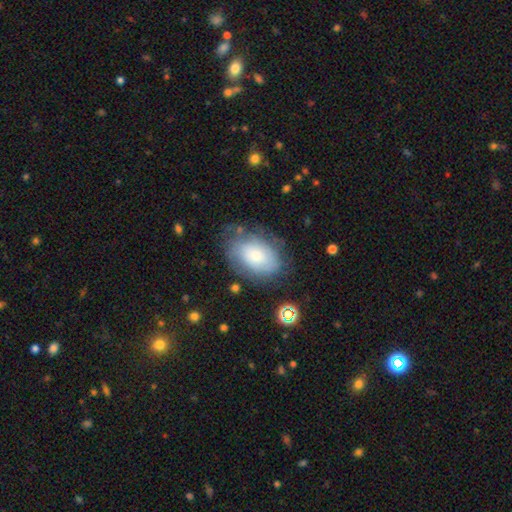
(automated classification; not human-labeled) Morphology: type=smooth (55%); roundness=in between (83%); merging=none (63%).